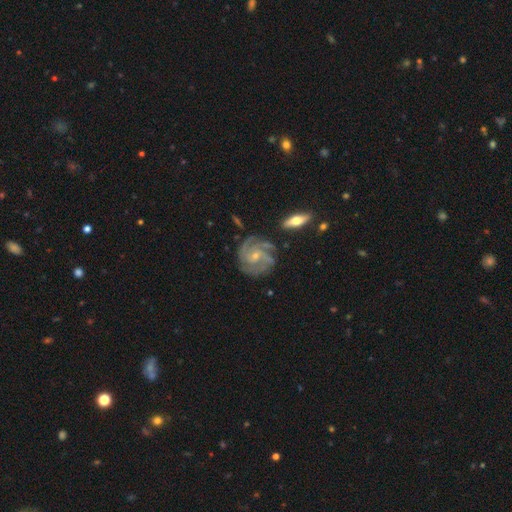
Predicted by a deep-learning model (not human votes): Smooth or featured: featured or disk — 89% (smooth — 6%)
Edge-on disk: no — 97% (yes — 3%)
Bar: no — 65% (weak — 28%)
Spiral arms: yes — 98% (no — 2%)
Spiral winding: tight — 58% (medium — 36%)
Spiral arm count: 3 — 41% (4 — 24%)
Bulge size: small — 71% (moderate — 25%)
Merging: none — 74% (minor disturbance — 17%)